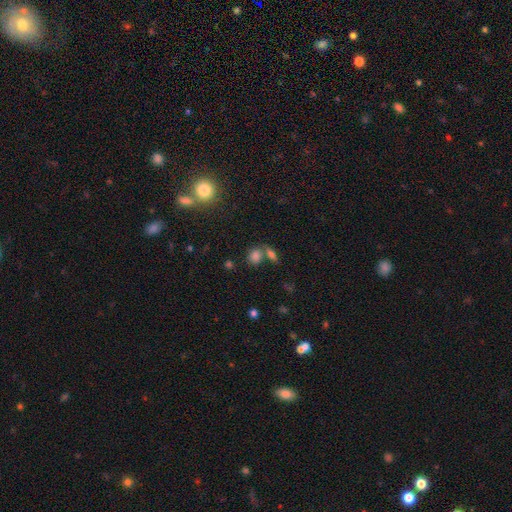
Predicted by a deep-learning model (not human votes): Morphology: type=smooth (79%); roundness=in between (54%); merging=none (52%).